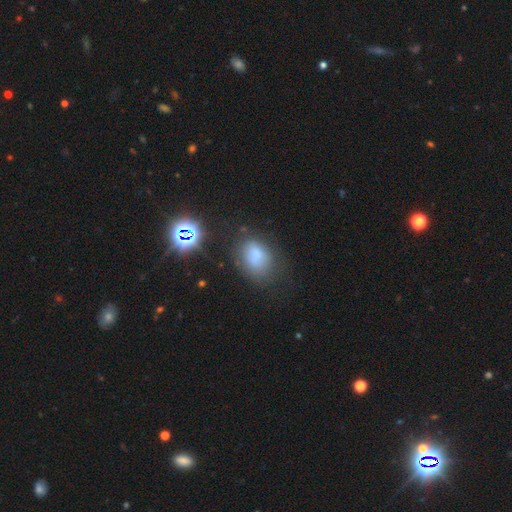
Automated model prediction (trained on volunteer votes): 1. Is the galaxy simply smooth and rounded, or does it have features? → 73% smooth, 15% star or artifact, 12% featured or disk.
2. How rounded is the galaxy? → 75% in between, 24% round, 1% cigar-shaped.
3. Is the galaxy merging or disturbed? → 59% none, 24% minor disturbance, 12% major disturbance, 5% merger.